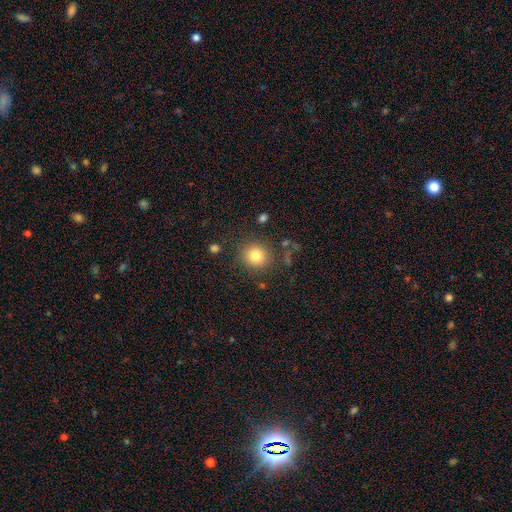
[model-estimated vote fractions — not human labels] The model was most divided on "smooth or featured": smooth: 80%, star or artifact: 12%, featured or disk: 8%. More confident: how rounded — round (90%); merging — none (86%).